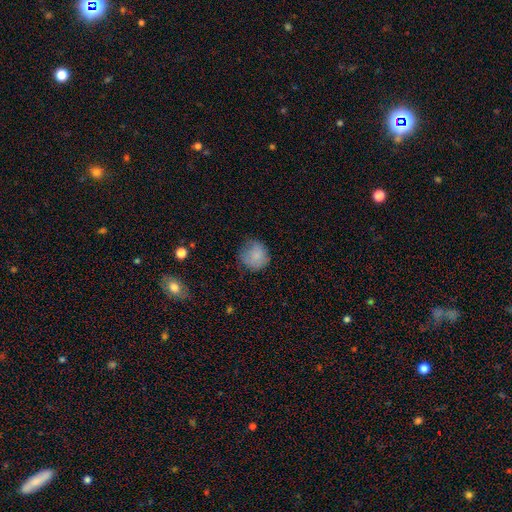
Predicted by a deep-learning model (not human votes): The model was most divided on "merging": none: 67%, minor disturbance: 24%, major disturbance: 7%, merger: 1%. More confident: how rounded — round (89%); smooth or featured — smooth (82%).